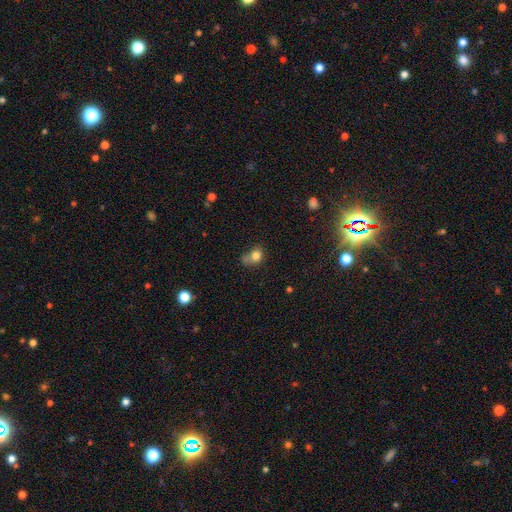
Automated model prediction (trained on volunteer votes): Q: Smooth or featured?
A: smooth (77%); runner-up: star or artifact (12%)
Q: How rounded?
A: round (51%); runner-up: in between (47%)
Q: Merging?
A: none (35%); runner-up: minor disturbance (27%)